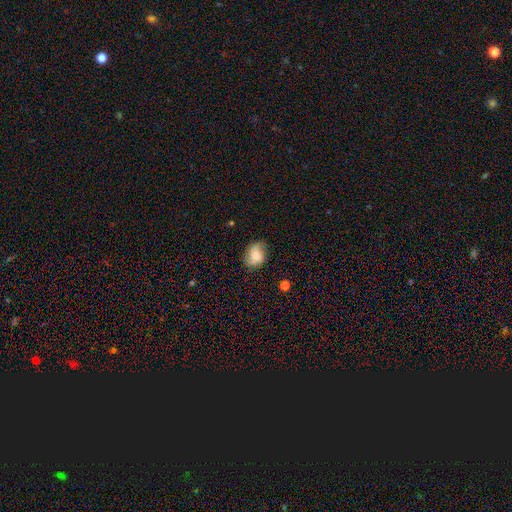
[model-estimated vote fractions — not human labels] A smooth galaxy with no disk features (50%).

Vote fractions:
- Smooth or featured? smooth: 50% / featured or disk: 41% / star or artifact: 9%
- Merging? none: 67% / minor disturbance: 24% / major disturbance: 7% / merger: 2%